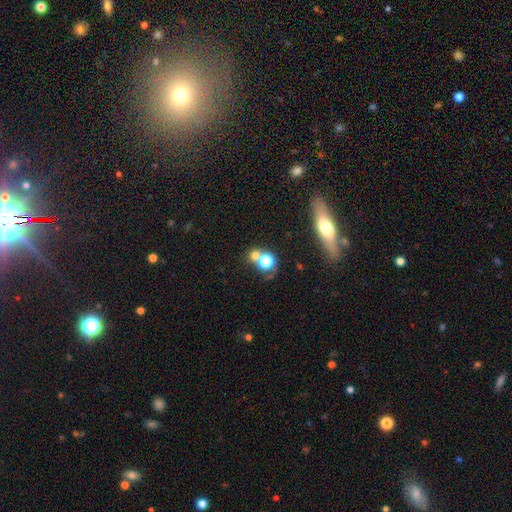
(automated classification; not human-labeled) A smooth galaxy with no disk features (69%) that is round (80%).

Vote fractions:
- Smooth or featured? smooth: 69% / star or artifact: 17% / featured or disk: 14%
- How rounded? round: 80% / in between: 18% / cigar-shaped: 2%
- Merging? merger: 46% / none: 42% / minor disturbance: 7% / major disturbance: 6%